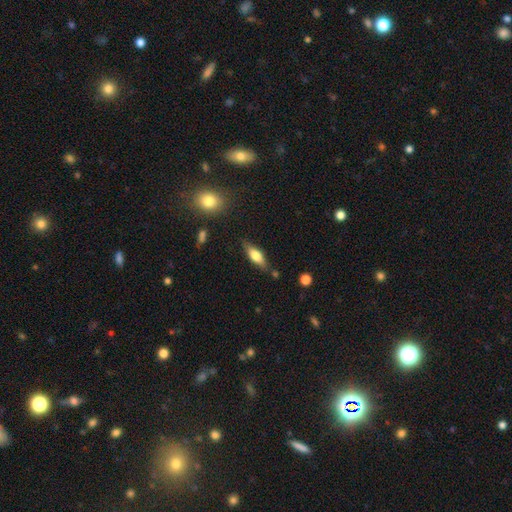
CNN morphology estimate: type=smooth (59%); roundness=in between (55%); merging=none (78%).